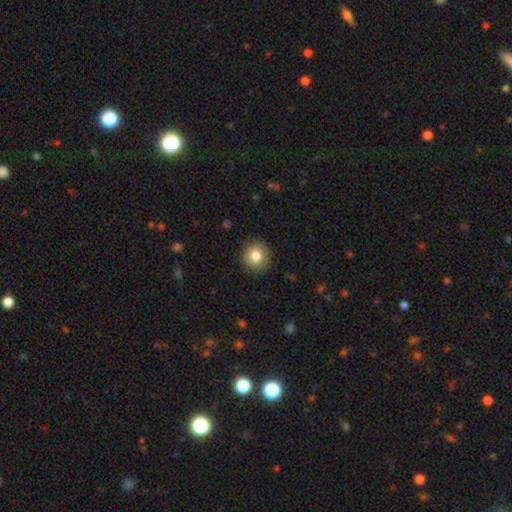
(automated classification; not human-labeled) Smooth or featured?
  - smooth: 83% *
  - star or artifact: 9%
  - featured or disk: 8%
How rounded?
  - round: 90% *
  - in between: 9%
  - cigar-shaped: 1%
Merging?
  - none: 89% *
  - minor disturbance: 8%
  - major disturbance: 2%
  - merger: 1%